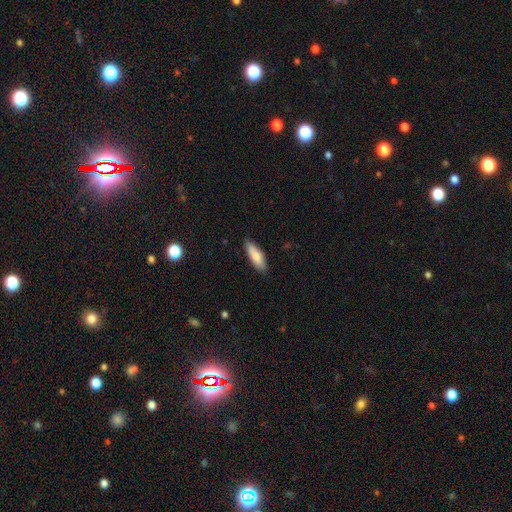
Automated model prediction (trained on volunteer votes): smooth_or_featured: smooth (p=0.86) [alt: featured or disk p=0.09]
how_rounded: in between (p=0.58) [alt: cigar-shaped p=0.40]
merging: none (p=0.83) [alt: minor disturbance p=0.14]